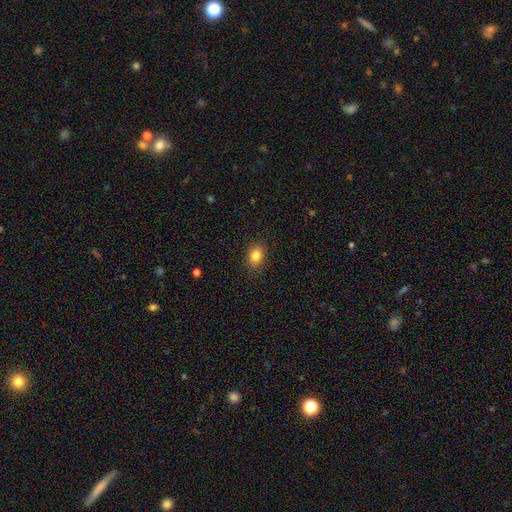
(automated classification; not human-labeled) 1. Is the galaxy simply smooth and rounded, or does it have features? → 83% smooth, 10% star or artifact, 6% featured or disk.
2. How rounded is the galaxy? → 59% in between, 40% round, 1% cigar-shaped.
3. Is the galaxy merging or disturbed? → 87% none, 10% minor disturbance, 3% major disturbance, 1% merger.